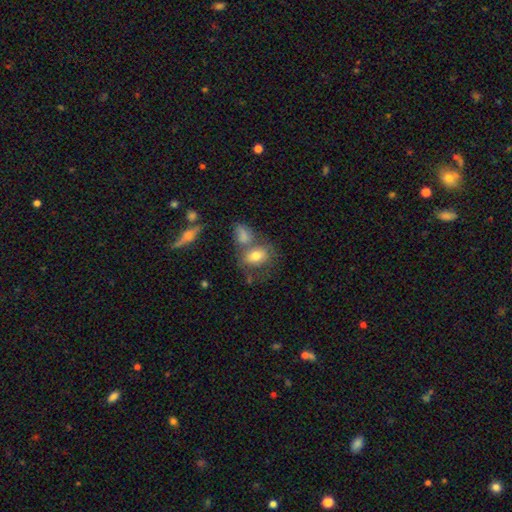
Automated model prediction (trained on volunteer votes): Morphology: type=smooth (73%); roundness=in between (71%); merging=none (40%).